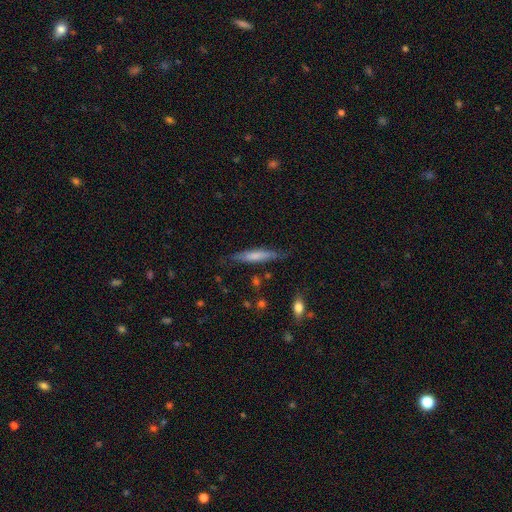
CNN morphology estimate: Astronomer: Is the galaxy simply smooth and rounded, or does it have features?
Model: smooth — 61%.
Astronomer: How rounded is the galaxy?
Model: cigar-shaped — 89%.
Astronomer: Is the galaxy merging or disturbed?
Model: none — 76%.